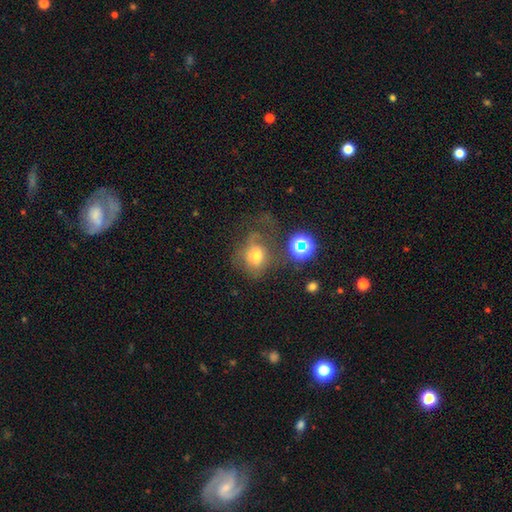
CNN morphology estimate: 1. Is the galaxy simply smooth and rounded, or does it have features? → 56% smooth, 24% featured or disk, 20% star or artifact.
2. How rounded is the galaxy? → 60% round, 39% in between, 1% cigar-shaped.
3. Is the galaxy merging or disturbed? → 39% none, 31% major disturbance, 22% minor disturbance, 8% merger.